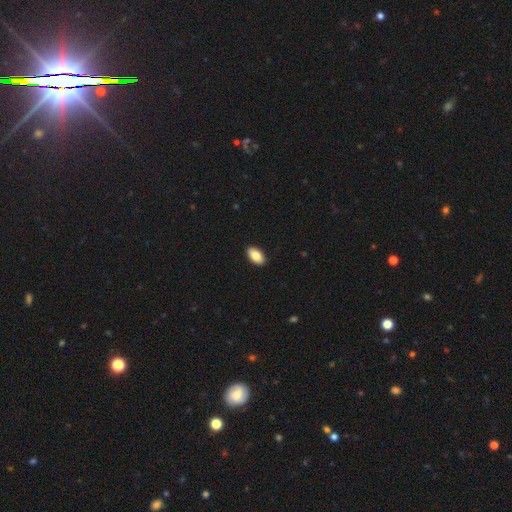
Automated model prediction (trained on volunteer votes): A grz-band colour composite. It shows a smooth galaxy with no disk features (86%) that is in between round and cigar-shaped (94%). Merging: none (91%).